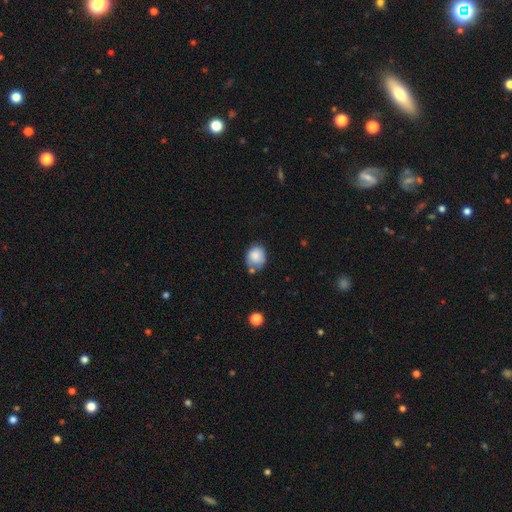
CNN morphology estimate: smooth 81%, featured or disk 10%, star or artifact 8%. Down the decision tree: how rounded — round (62%); merging — none (52%).